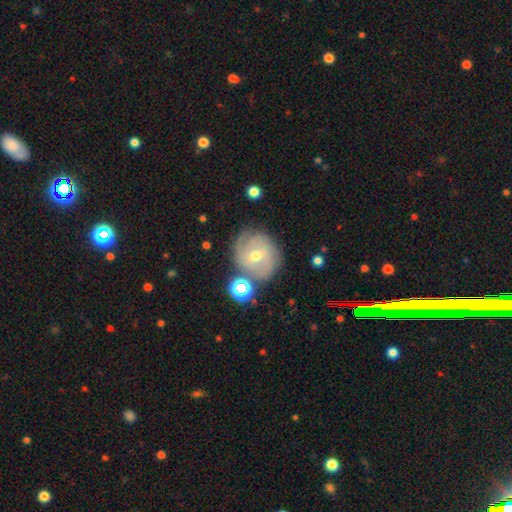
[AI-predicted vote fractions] This appears to be a featured or disk galaxy (68%) with no bar (45%), 2 (39%) tight (62%) spiral arms (87%) and a moderate central bulge (55%). Merging: none (74%).